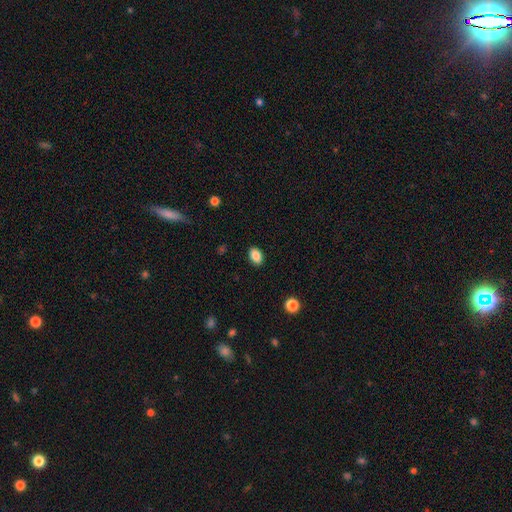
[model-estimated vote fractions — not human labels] The model was most divided on "how rounded": in between: 82%, round: 17%, cigar-shaped: 1%. More confident: merging — none (89%); smooth or featured — smooth (88%).